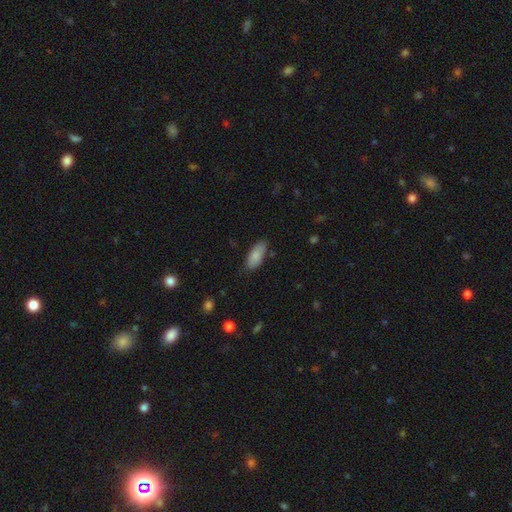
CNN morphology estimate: Smooth or featured? smooth (85%)
How rounded? in between (84%)
Merging? none (77%)